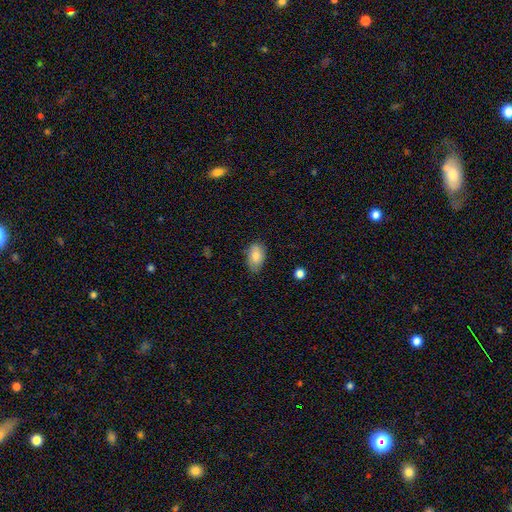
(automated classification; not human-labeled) Smooth or featured?
  - smooth: 82% *
  - featured or disk: 11%
  - star or artifact: 7%
How rounded?
  - in between: 92% *
  - round: 6%
  - cigar-shaped: 2%
Merging?
  - none: 74% *
  - minor disturbance: 21%
  - major disturbance: 3%
  - merger: 1%